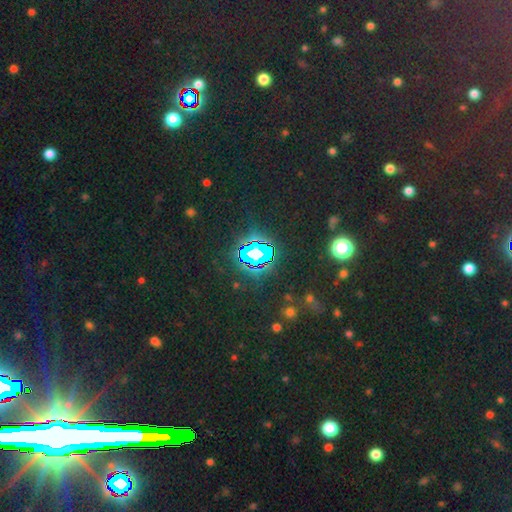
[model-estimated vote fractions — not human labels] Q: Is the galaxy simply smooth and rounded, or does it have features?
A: star or artifact — 74%.